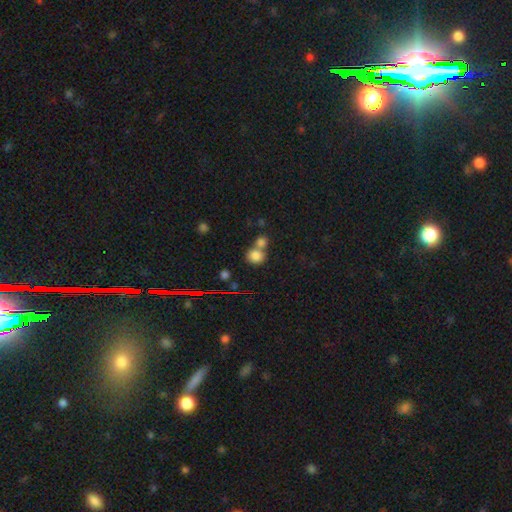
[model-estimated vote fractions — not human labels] smooth_or_featured: smooth (p=0.79) [alt: star or artifact p=0.13]
how_rounded: round (p=0.80) [alt: in between p=0.19]
merging: merger (p=0.45) [tied with: none p=0.45]